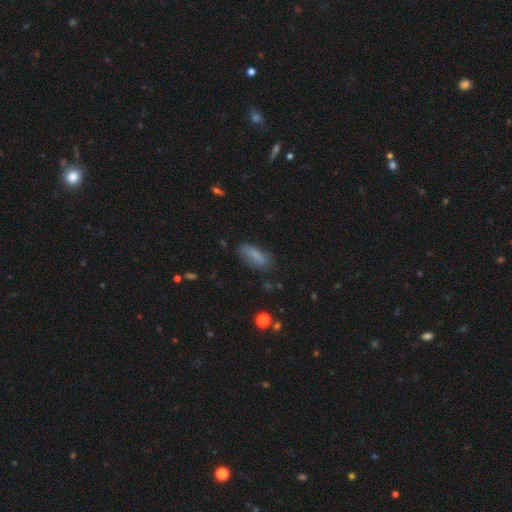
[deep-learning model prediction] This is likely a smooth galaxy (79%). How rounded: likely in between (64%). Merging: likely none (71%).